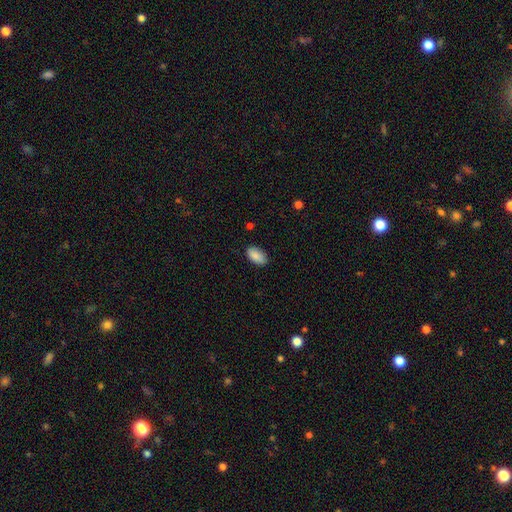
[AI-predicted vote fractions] Overall: smooth (88%). How rounded: in between (95%). Merging: none (86%).